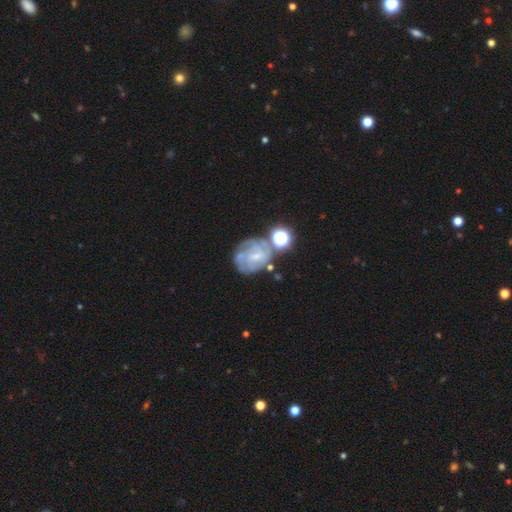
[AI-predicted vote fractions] Smooth or featured? Predicted: featured or disk (p=0.69). Edge-on disk? Predicted: no (p=0.98). Bar? Predicted: no (p=0.51). Spiral arms? Predicted: yes (p=0.80). Spiral winding? Predicted: tight (p=0.55). Spiral arm count? Predicted: can't tell (p=0.48). Bulge size? Predicted: small (p=0.64). Merging? Predicted: none (p=0.51).